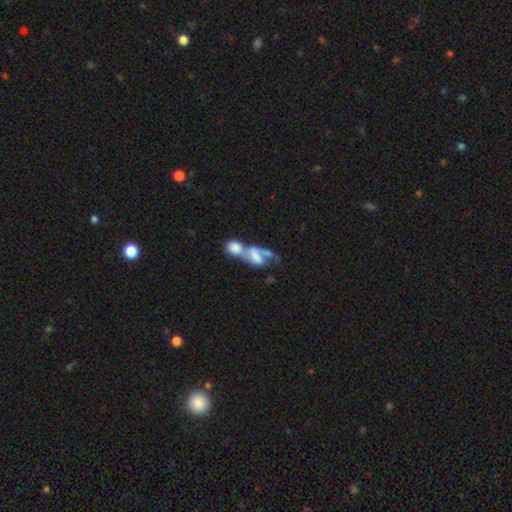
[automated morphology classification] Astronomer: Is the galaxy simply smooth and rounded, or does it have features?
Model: smooth — 48% (runner-up: featured or disk, 43%).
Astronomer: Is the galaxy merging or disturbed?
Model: merger — 77%.